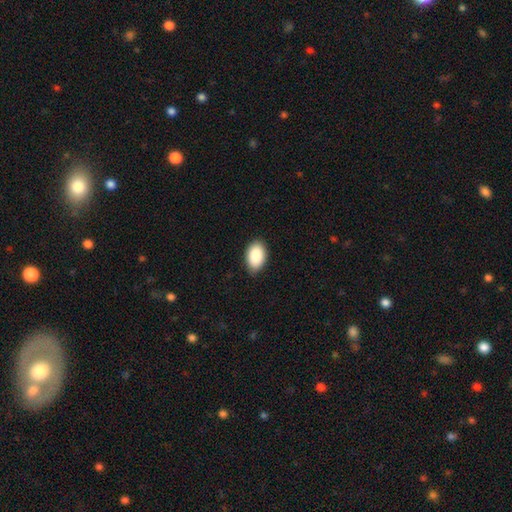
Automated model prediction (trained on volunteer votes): smooth_or_featured: smooth (p=0.90) [alt: star or artifact p=0.06]
how_rounded: in between (p=0.92) [alt: round p=0.06]
merging: none (p=0.84) [alt: minor disturbance p=0.13]